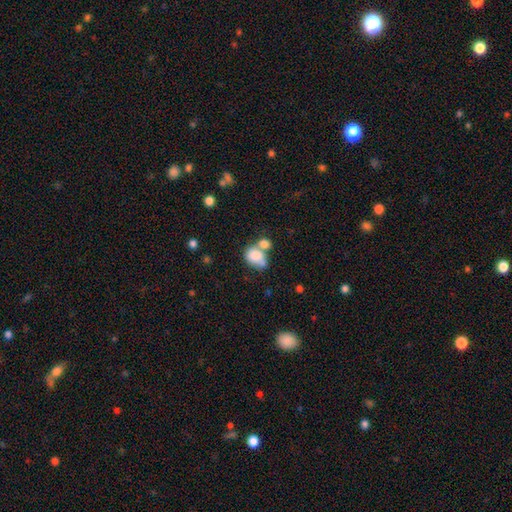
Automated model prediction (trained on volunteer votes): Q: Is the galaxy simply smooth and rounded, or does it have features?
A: smooth — 78%.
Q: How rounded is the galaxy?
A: in between — 66%.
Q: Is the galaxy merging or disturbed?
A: merger — 53%.